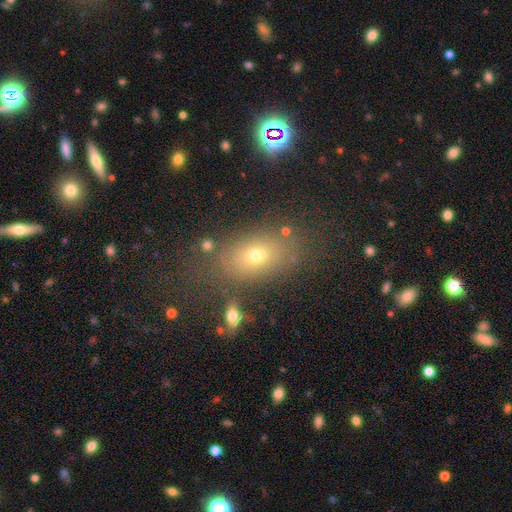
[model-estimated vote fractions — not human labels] Overall: smooth (64%). How rounded: in between (80%). Merging: none (72%).